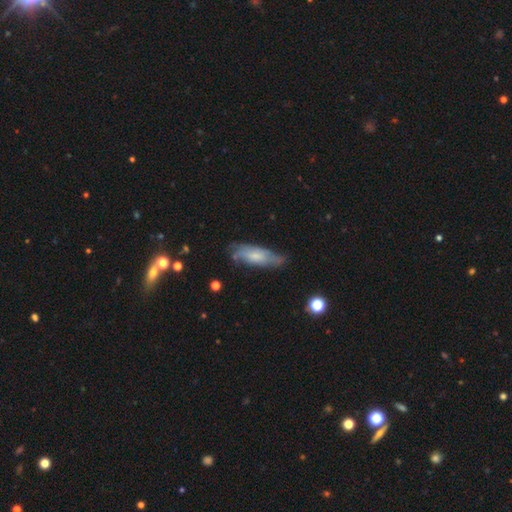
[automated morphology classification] Smooth or featured? Predicted: featured or disk (p=0.48). Merging? Predicted: none (p=0.64).